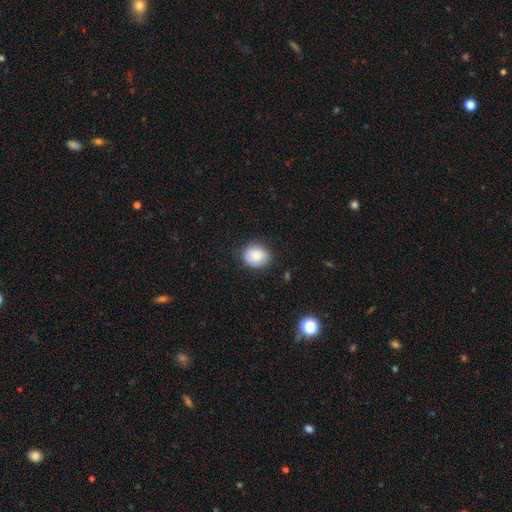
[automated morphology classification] Q: Smooth or featured?
A: smooth (85%); runner-up: star or artifact (8%)
Q: How rounded?
A: round (69%); runner-up: in between (30%)
Q: Merging?
A: none (81%); runner-up: minor disturbance (15%)